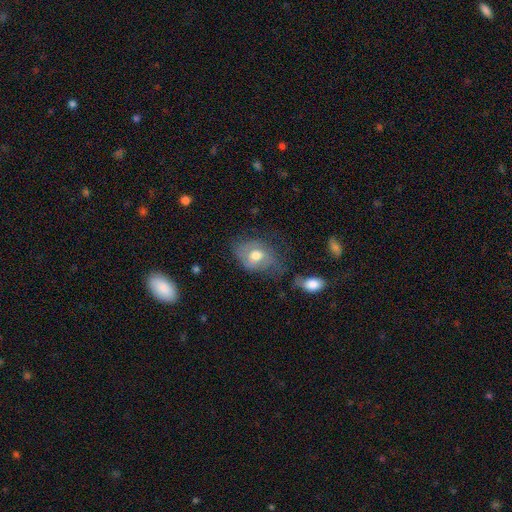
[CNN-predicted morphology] The model was most divided on "smooth or featured": smooth: 51%, featured or disk: 41%, star or artifact: 8%. Remaining: how rounded — in between (62%); merging — none (42%).